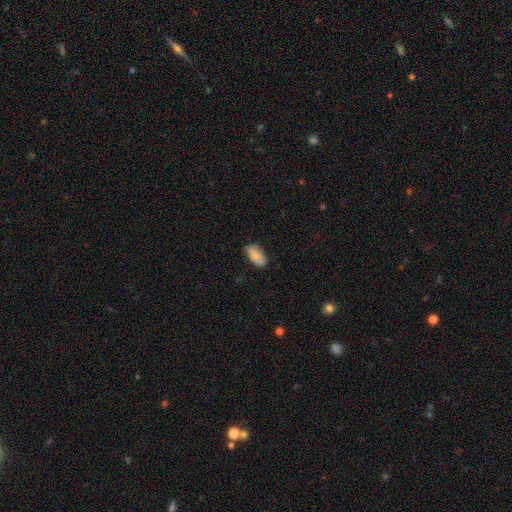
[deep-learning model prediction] Smooth or featured? Predicted: smooth (p=0.87). How rounded? Predicted: in between (p=0.94). Merging? Predicted: none (p=0.72).